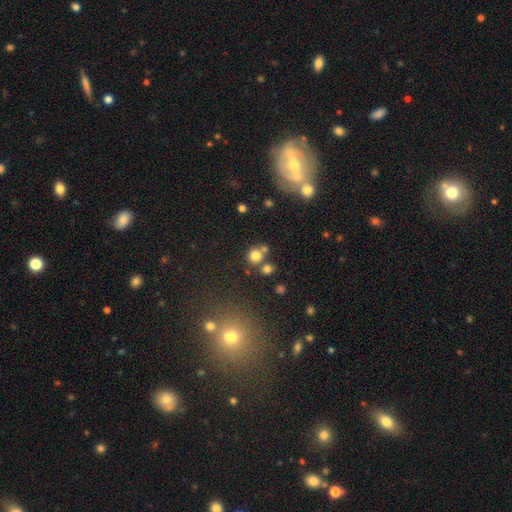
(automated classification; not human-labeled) Morphology: type=smooth (77%); roundness=round (86%); merging=none (60%).